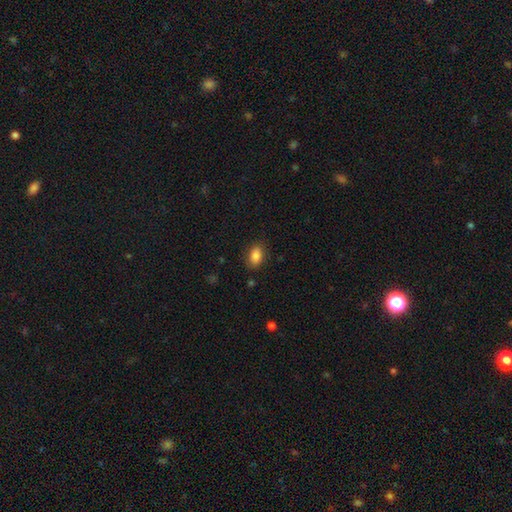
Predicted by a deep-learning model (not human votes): smooth-or-featured: smooth: 87% | star or artifact: 8% | featured or disk: 5%
  how-rounded: in between: 88% | round: 9% | cigar-shaped: 2%
  merging: none: 85% | minor disturbance: 11% | major disturbance: 3% | merger: 1%